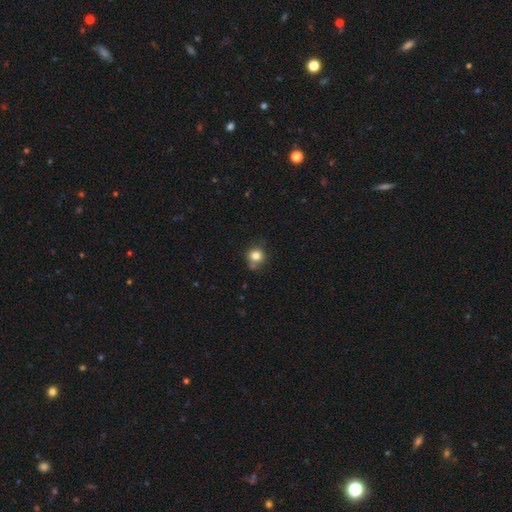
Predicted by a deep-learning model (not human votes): The model was most divided on "merging": none: 68%, minor disturbance: 18%, merger: 10%, major disturbance: 4%. More confident: how rounded — round (88%); smooth or featured — smooth (81%).